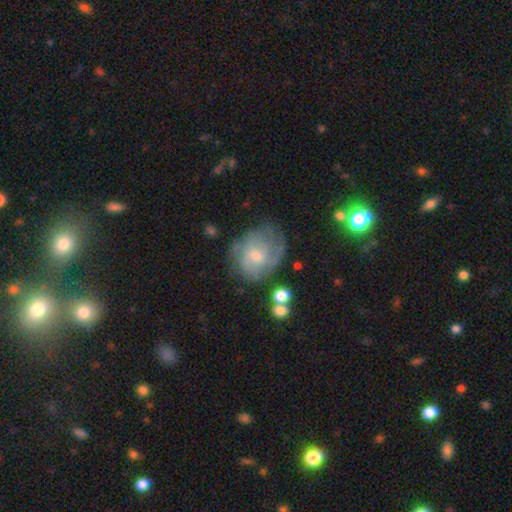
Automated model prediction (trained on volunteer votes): This is likely a featured or disk galaxy (62%). It is clearly not viewed edge-on (97%). Bar: likely no (69%). Spiral arm pattern: likely yes (80%). Central bulge: likely small (64%). Merging: possibly none (53%).